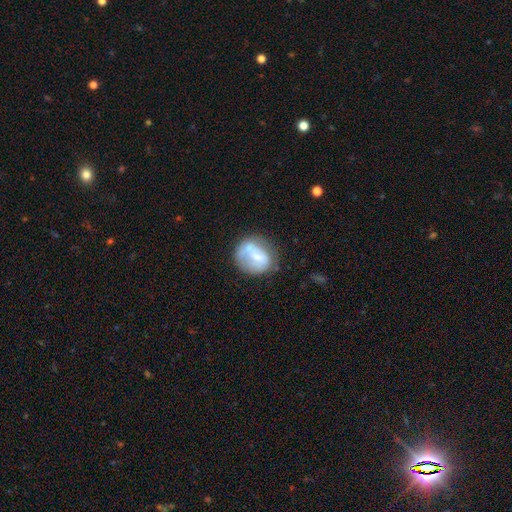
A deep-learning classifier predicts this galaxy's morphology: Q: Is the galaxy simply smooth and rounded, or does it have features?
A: smooth — 51%.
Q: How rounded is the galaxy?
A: round — 64%.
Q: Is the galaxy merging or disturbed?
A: none — 45%.